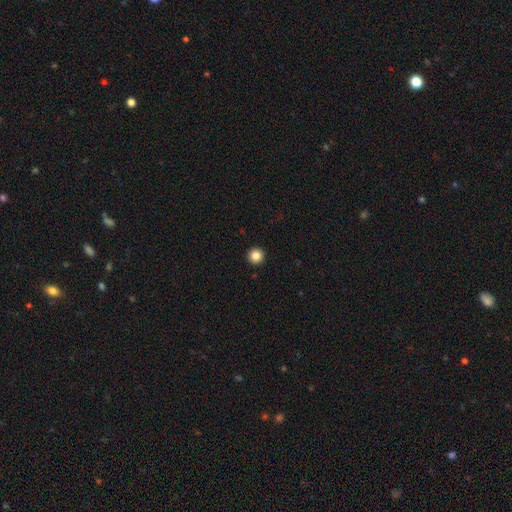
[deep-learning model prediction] Overall: smooth (85%). How rounded: round (97%). Merging: none (94%).